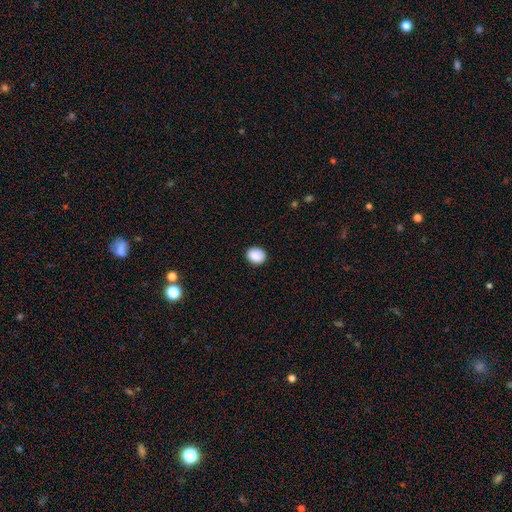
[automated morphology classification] Q: Smooth or featured?
A: smooth (89%); runner-up: star or artifact (8%)
Q: How rounded?
A: round (55%); runner-up: in between (44%)
Q: Merging?
A: none (89%); runner-up: minor disturbance (8%)